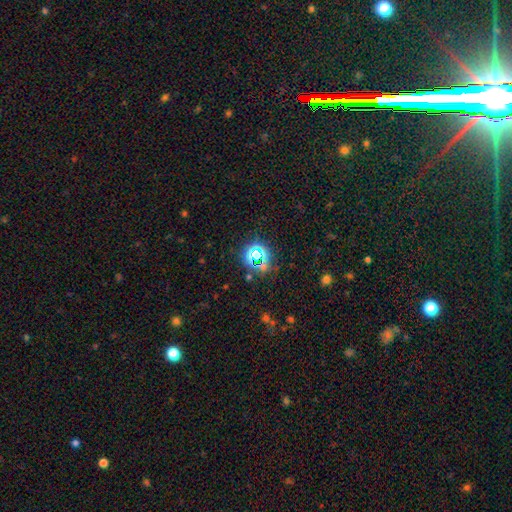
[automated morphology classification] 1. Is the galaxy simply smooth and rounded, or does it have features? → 66% star or artifact, 25% smooth, 9% featured or disk.